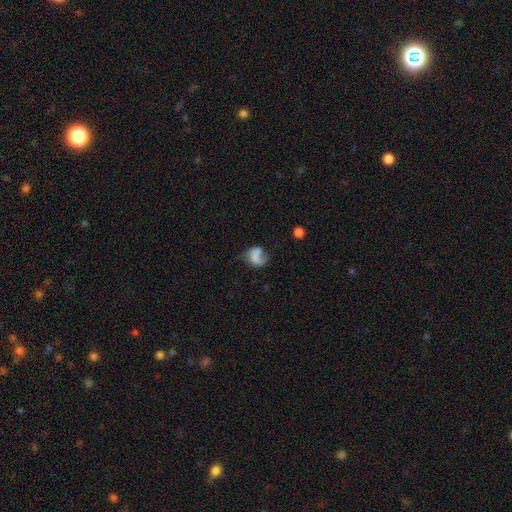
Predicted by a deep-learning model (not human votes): A smooth galaxy with no disk features (54%) that is in between round and cigar-shaped (54%).

Vote fractions:
- Smooth or featured? smooth: 54% / featured or disk: 35% / star or artifact: 11%
- How rounded? in between: 54% / round: 44% / cigar-shaped: 2%
- Merging? none: 37% / major disturbance: 31% / minor disturbance: 26% / merger: 6%